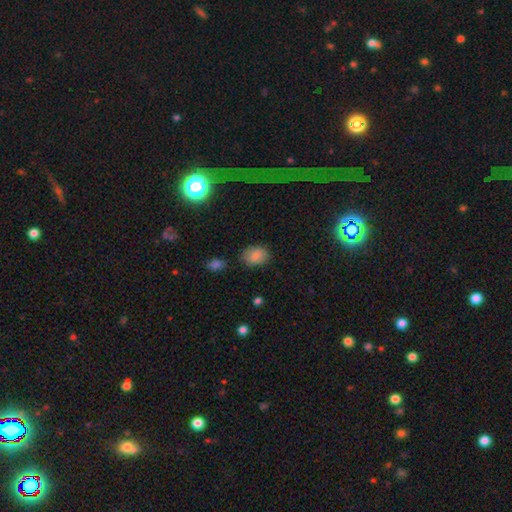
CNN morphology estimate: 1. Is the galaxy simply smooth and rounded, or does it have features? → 83% smooth, 10% star or artifact, 7% featured or disk.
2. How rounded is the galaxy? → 71% in between, 27% round, 1% cigar-shaped.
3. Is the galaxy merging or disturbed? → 79% none, 15% minor disturbance, 4% major disturbance, 2% merger.